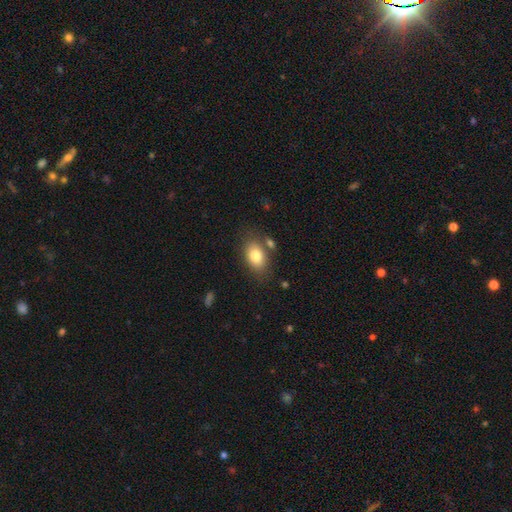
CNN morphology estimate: Smooth or featured? Predicted: smooth (p=0.82). How rounded? Predicted: in between (p=0.87). Merging? Predicted: none (p=0.73).